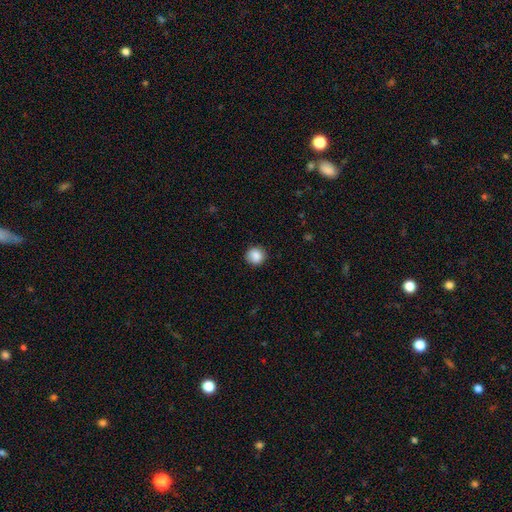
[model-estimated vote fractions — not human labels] A smooth galaxy with no disk features (87%) that is round (90%). Merging: none (86%).